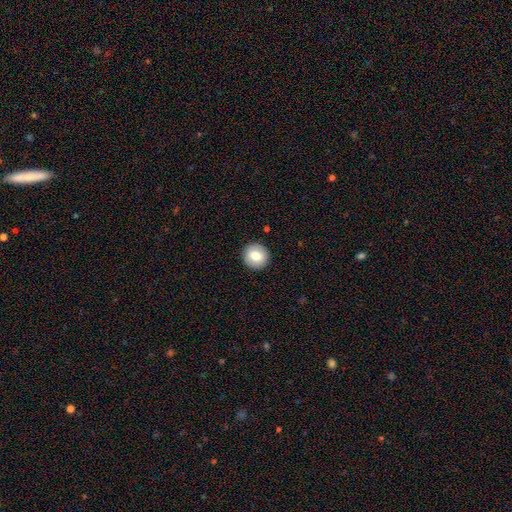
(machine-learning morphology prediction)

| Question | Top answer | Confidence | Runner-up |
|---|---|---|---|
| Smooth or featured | smooth | 75% | featured or disk (17%) |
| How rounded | round | 93% | in between (6%) |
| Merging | none | 91% | minor disturbance (6%) |